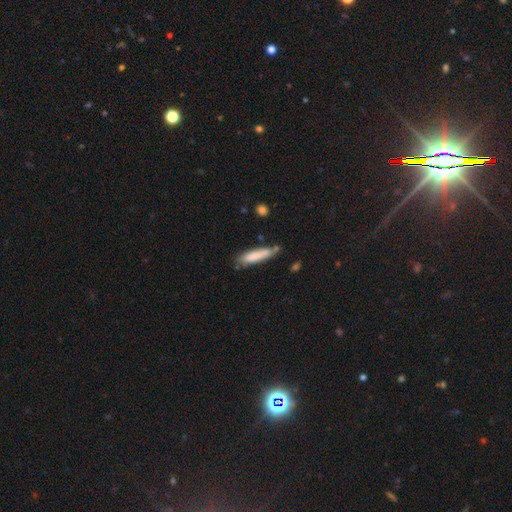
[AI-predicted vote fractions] Q: Smooth or featured?
A: smooth (77%); runner-up: featured or disk (17%)
Q: How rounded?
A: cigar-shaped (82%); runner-up: in between (17%)
Q: Merging?
A: none (67%); runner-up: minor disturbance (22%)